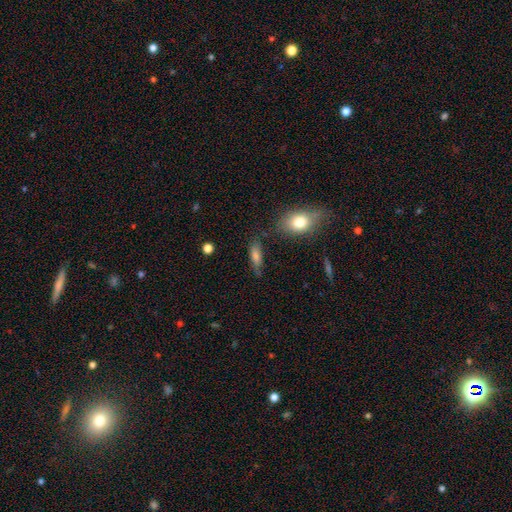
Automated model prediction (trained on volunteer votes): smooth 74%, featured or disk 16%, star or artifact 11%. Down the decision tree: how rounded — in between (59%); merging — none (68%).